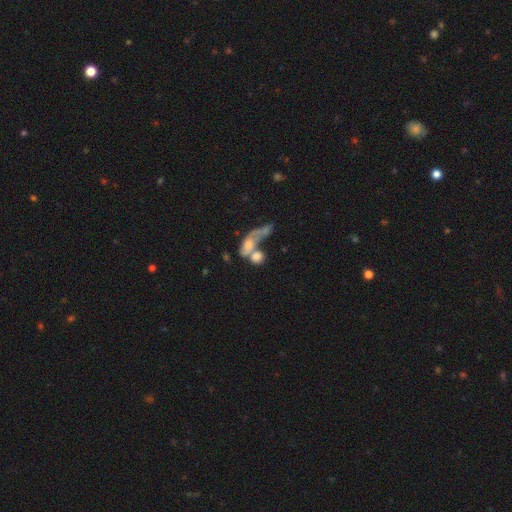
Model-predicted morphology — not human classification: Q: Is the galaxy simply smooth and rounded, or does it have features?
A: smooth — 58%.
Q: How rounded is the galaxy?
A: in between — 52%.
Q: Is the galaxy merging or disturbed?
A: merger — 60%.